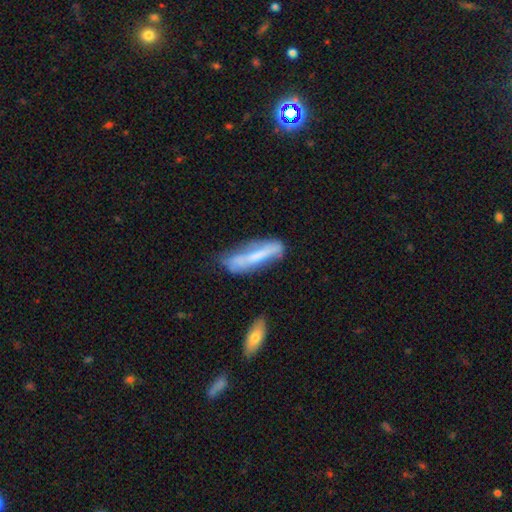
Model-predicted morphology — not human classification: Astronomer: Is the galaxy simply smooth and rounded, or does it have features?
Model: smooth — 48% (runner-up: featured or disk, 44%).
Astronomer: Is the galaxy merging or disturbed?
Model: none — 55%.